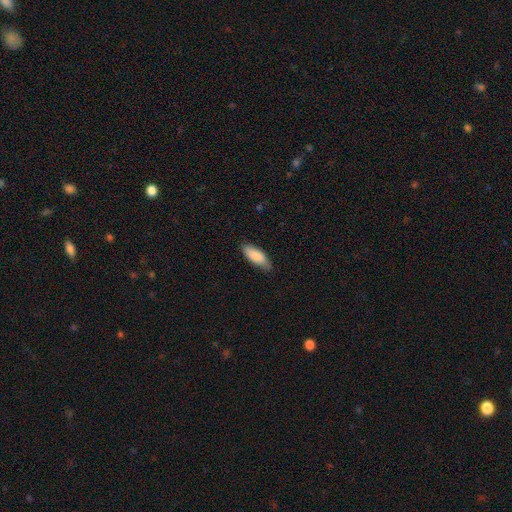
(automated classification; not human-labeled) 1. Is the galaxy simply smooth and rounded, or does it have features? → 86% smooth, 8% featured or disk, 6% star or artifact.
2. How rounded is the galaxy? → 76% in between, 22% cigar-shaped, 2% round.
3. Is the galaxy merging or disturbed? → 77% none, 19% minor disturbance, 3% major disturbance, 1% merger.